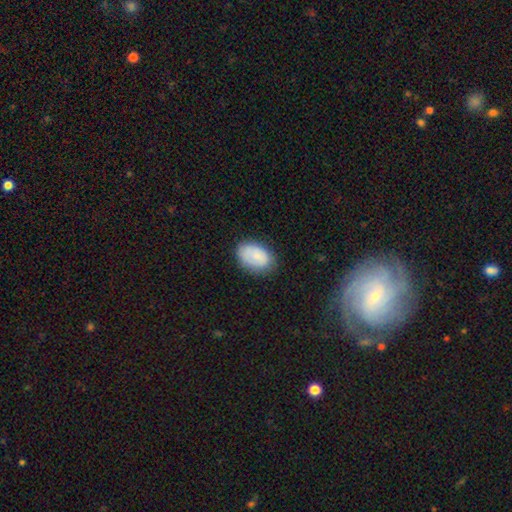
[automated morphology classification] A smooth galaxy with no disk features (83%) that is in between round and cigar-shaped (88%).

Vote fractions:
- Smooth or featured? smooth: 83% / featured or disk: 11% / star or artifact: 7%
- How rounded? in between: 88% / round: 11% / cigar-shaped: 1%
- Merging? none: 78% / minor disturbance: 17% / major disturbance: 4% / merger: 1%